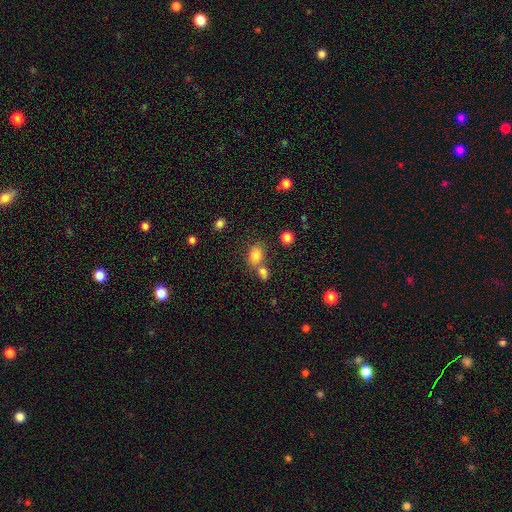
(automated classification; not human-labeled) Overall: smooth (81%). How rounded: in between (71%). Merging: none (51%; merger 32%).